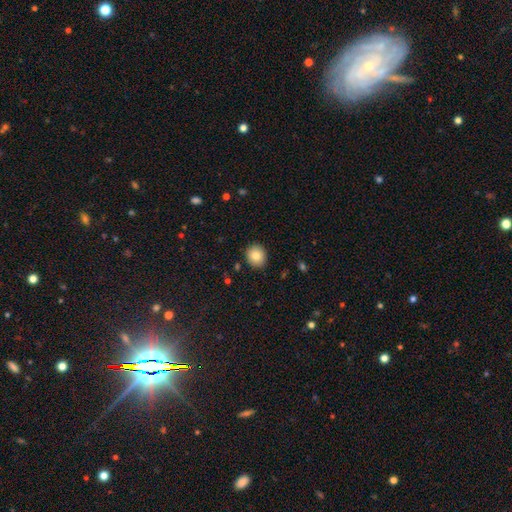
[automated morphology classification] A smooth galaxy with no disk features (82%) that is round (81%). Merging: none (89%).